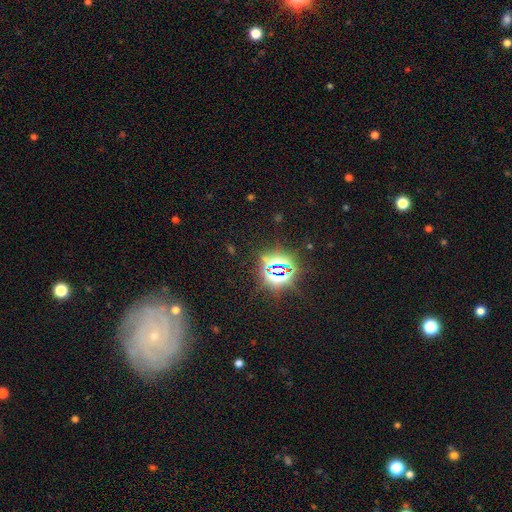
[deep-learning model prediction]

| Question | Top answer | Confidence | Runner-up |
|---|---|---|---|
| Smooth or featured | star or artifact | 51% | featured or disk (28%) |